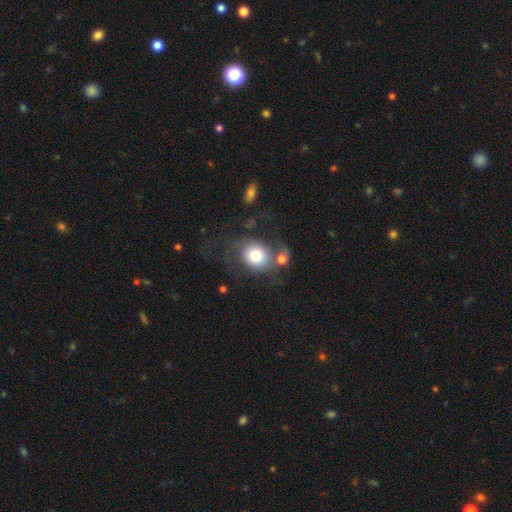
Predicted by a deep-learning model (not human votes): This is likely a smooth galaxy (71%). How rounded: likely round (66%). Merging: marginally none (44%).